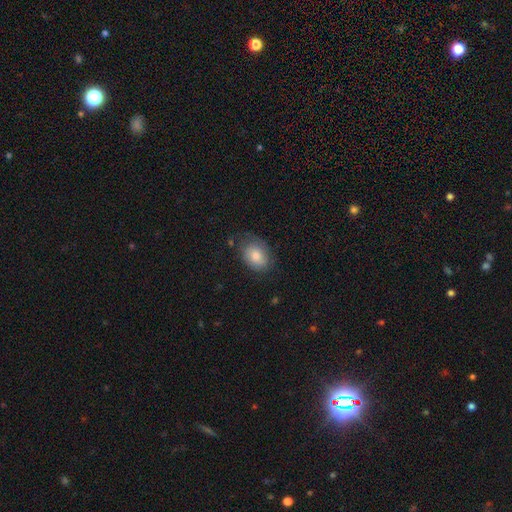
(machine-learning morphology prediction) Q: Smooth or featured?
A: smooth (60%); runner-up: featured or disk (30%)
Q: How rounded?
A: in between (71%); runner-up: round (28%)
Q: Merging?
A: none (64%); runner-up: minor disturbance (25%)